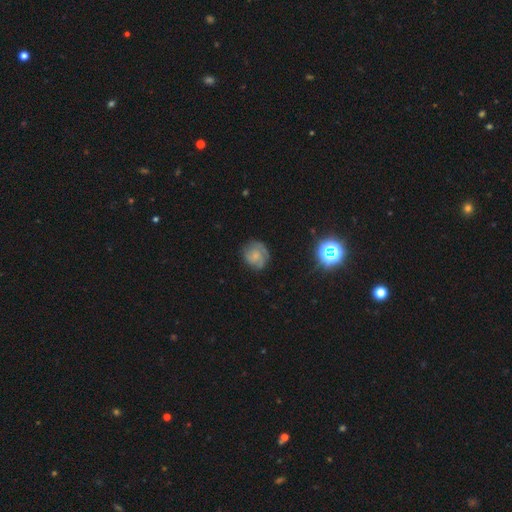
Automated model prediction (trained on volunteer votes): Morphology: type=featured or disk (52%); edge-on=no (97%); bar=no (78%); spiral arms=yes (86%); bulge=small (48%); merging=none (70%).